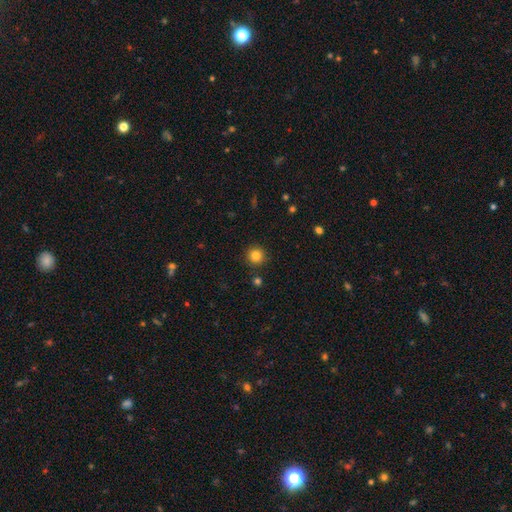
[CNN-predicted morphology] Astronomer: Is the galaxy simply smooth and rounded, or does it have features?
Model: smooth — 83%.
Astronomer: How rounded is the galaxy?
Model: round — 95%.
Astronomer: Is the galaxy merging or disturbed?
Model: none — 89%.